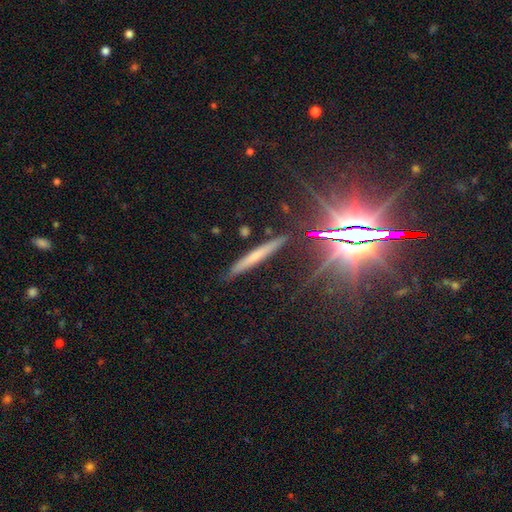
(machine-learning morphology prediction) A smooth galaxy with no disk features (46%). Merging: none (86%).